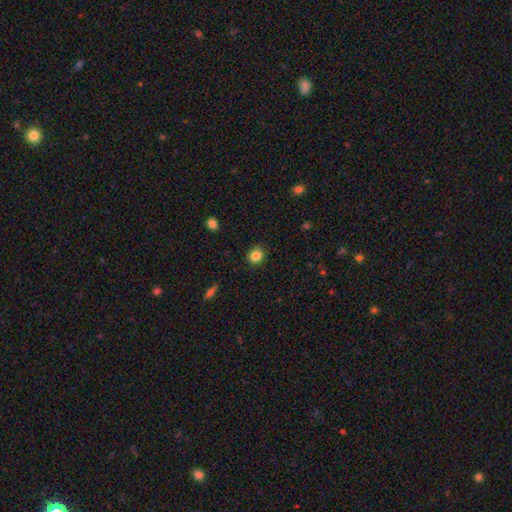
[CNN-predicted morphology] Smooth or featured? smooth (84%)
How rounded? round (83%)
Merging? none (90%)